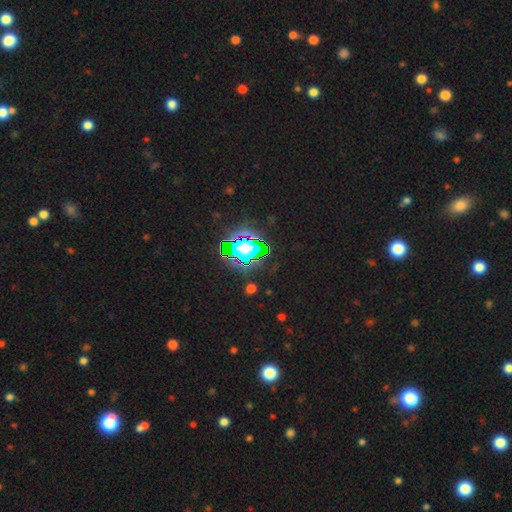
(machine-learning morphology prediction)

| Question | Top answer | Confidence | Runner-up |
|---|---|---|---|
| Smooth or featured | star or artifact | 81% | smooth (12%) |